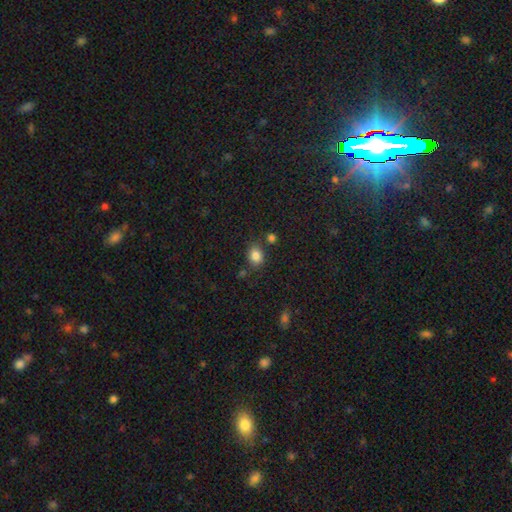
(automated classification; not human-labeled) A smooth galaxy with no disk features (83%) that is in between round and cigar-shaped (54%). Merging: none (74%).